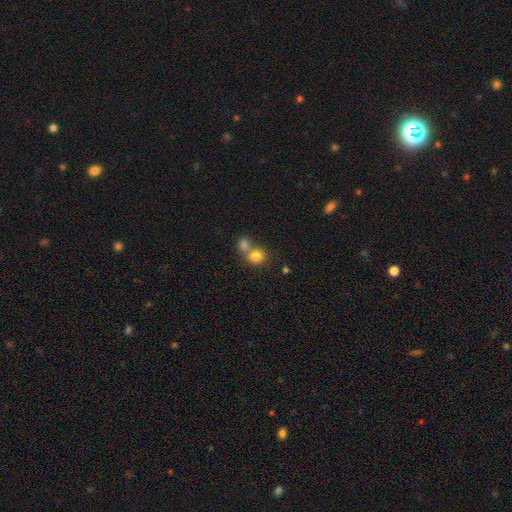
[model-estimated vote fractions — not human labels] smooth-or-featured: smooth: 80% | star or artifact: 11% | featured or disk: 9%
  how-rounded: round: 80% | in between: 19% | cigar-shaped: 1%
  merging: merger: 50% | none: 40% | minor disturbance: 7% | major disturbance: 3%